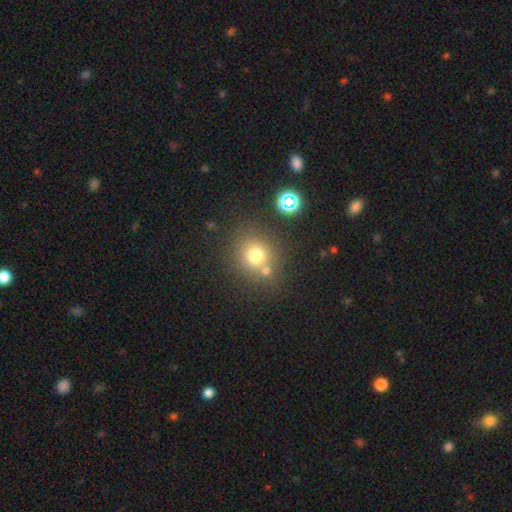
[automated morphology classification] A smooth galaxy with no disk features (72%) that is round (87%). Merging: none (68%).